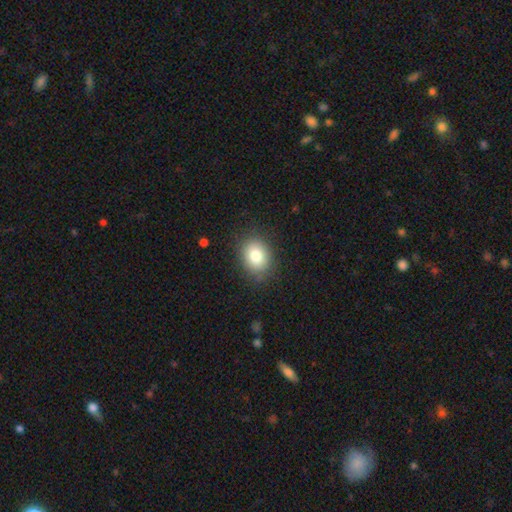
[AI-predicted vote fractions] smooth_or_featured: smooth (p=0.81) [alt: featured or disk p=0.10]
how_rounded: in between (p=0.53) [alt: round p=0.46]
merging: none (p=0.84) [alt: minor disturbance p=0.11]